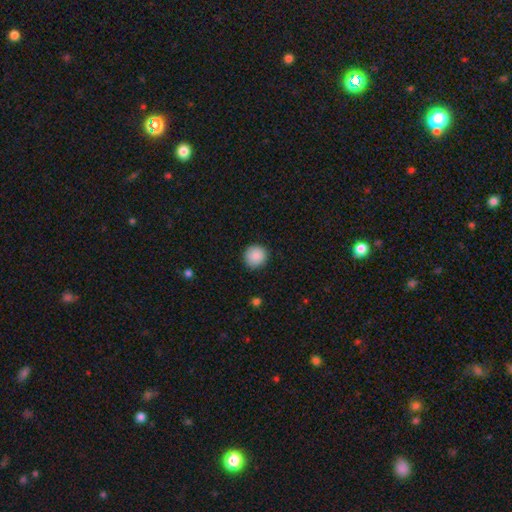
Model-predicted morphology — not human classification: smooth_or_featured: smooth (p=0.89) [alt: star or artifact p=0.08]
how_rounded: round (p=0.94) [alt: in between p=0.05]
merging: none (p=0.91) [alt: minor disturbance p=0.06]